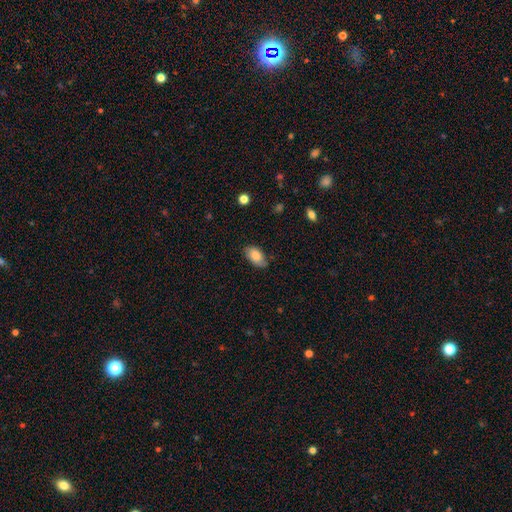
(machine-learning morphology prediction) The model was most divided on "merging": none: 73%, minor disturbance: 22%, major disturbance: 4%, merger: 1%. More confident: how rounded — in between (93%); smooth or featured — smooth (81%).